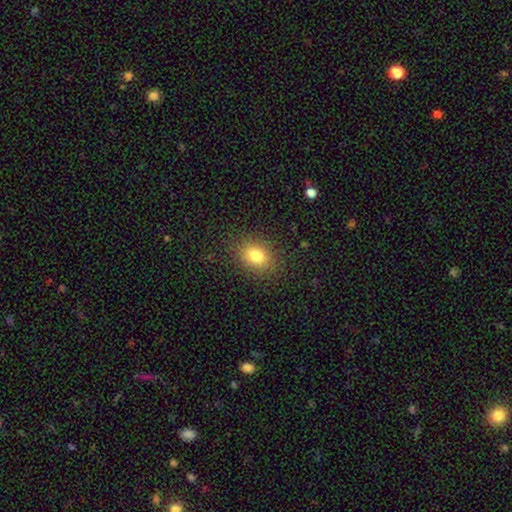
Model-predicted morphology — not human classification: A smooth galaxy with no disk features (81%) that is in between round and cigar-shaped (71%). Merging: none (85%).